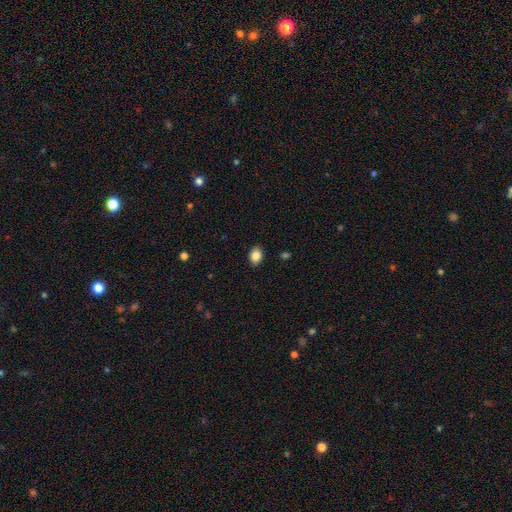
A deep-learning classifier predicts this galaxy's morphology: This appears to be a smooth galaxy with no disk features (86%) that is in between round and cigar-shaped (71%). Merging: none (89%).